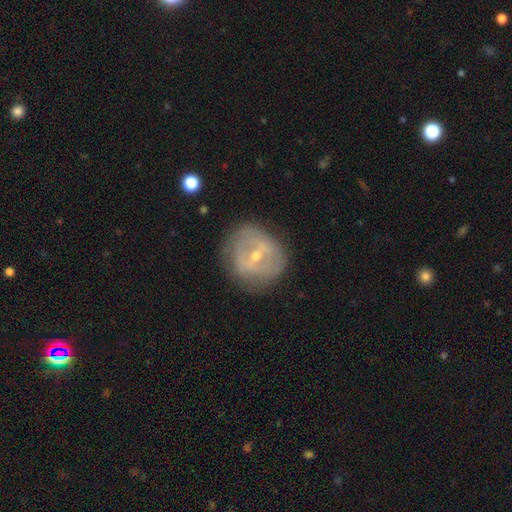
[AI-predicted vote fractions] Smooth or featured?
  - featured or disk: 70% *
  - smooth: 22%
  - star or artifact: 7%
Edge-on disk?
  - no: 96% *
  - yes: 4%
Bar?
  - weak: 48% *
  - strong: 27%
  - no: 25%
Spiral arms?
  - yes: 52% *
  - no: 48%
Bulge size?
  - small: 56% *
  - moderate: 41%
  - large: 1%
  - none: 1%
  - dominant: 1%
Merging?
  - none: 71% *
  - minor disturbance: 19%
  - major disturbance: 9%
  - merger: 1%